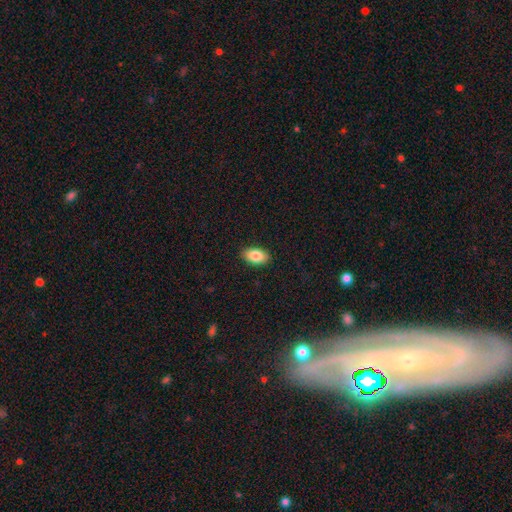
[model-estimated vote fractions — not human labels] Smooth or featured: smooth — 84% (featured or disk — 8%)
How rounded: in between — 93% (round — 5%)
Merging: none — 90% (minor disturbance — 8%)